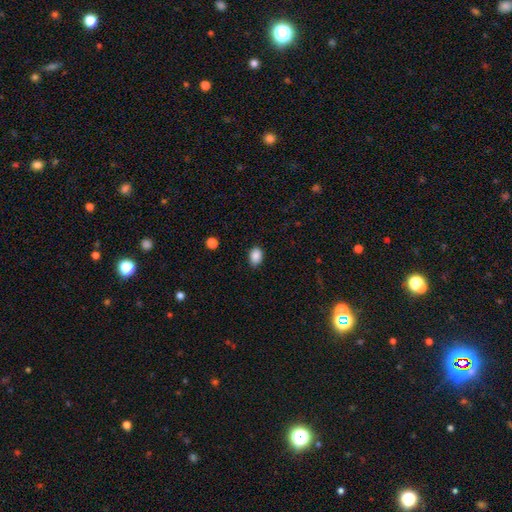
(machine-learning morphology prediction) smooth 88%, star or artifact 8%, featured or disk 3%. Down the decision tree: how rounded — in between (78%); merging — none (83%).